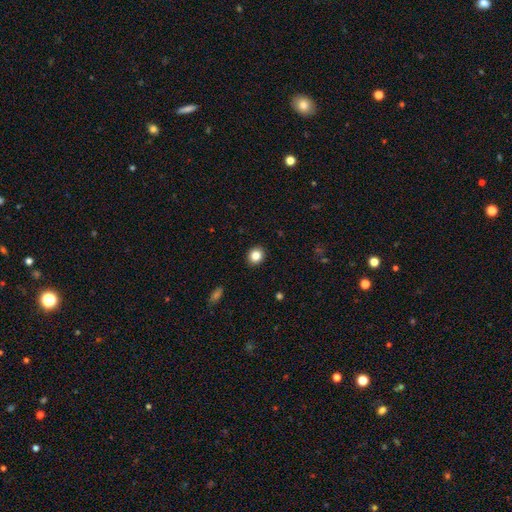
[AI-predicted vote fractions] A smooth galaxy with no disk features (84%) that is round (78%).

Vote fractions:
- Smooth or featured? smooth: 84% / star or artifact: 10% / featured or disk: 6%
- How rounded? round: 78% / in between: 21% / cigar-shaped: 1%
- Merging? none: 92% / minor disturbance: 6% / major disturbance: 2% / merger: 1%